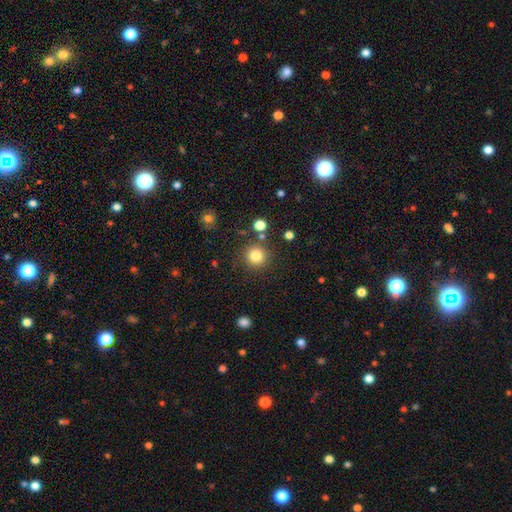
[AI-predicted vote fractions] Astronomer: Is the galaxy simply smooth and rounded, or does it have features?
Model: smooth — 82%.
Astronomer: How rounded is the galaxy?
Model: round — 95%.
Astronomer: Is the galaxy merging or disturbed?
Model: none — 85%.